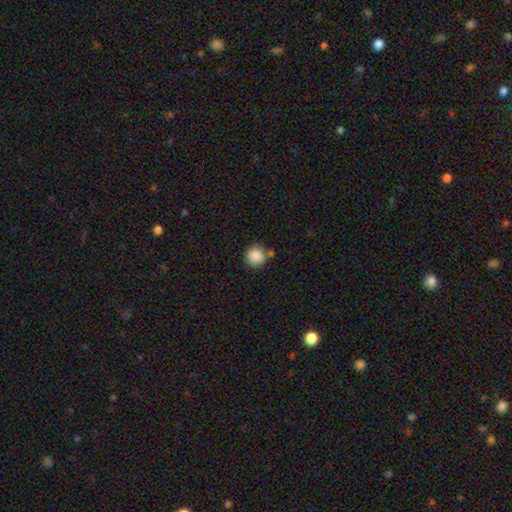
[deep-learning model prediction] Overall: smooth (87%). How rounded: round (90%). Merging: none (72%).